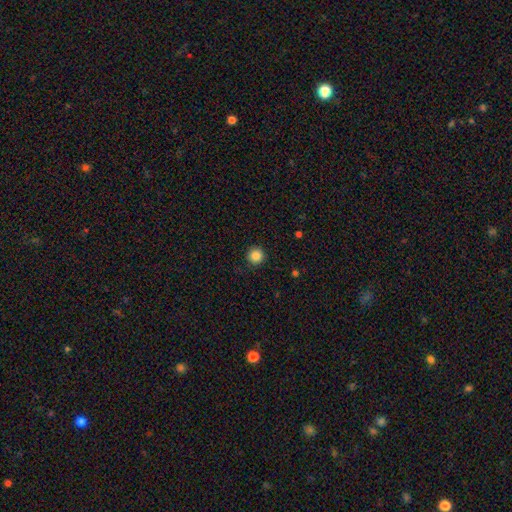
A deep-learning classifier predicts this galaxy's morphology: A smooth galaxy with no disk features (85%) that is round (95%). Merging: none (92%).